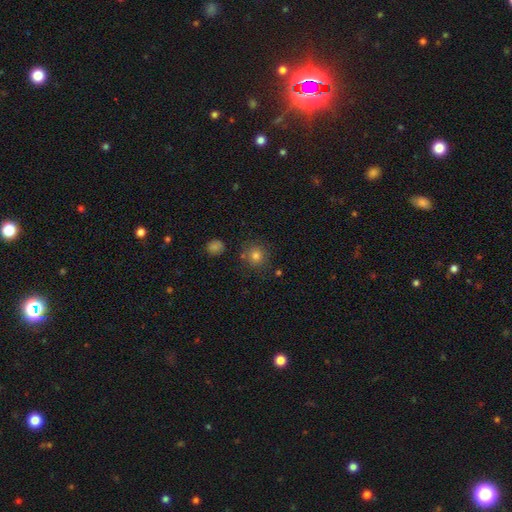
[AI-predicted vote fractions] Smooth or featured? smooth (78%)
How rounded? round (91%)
Merging? none (81%)